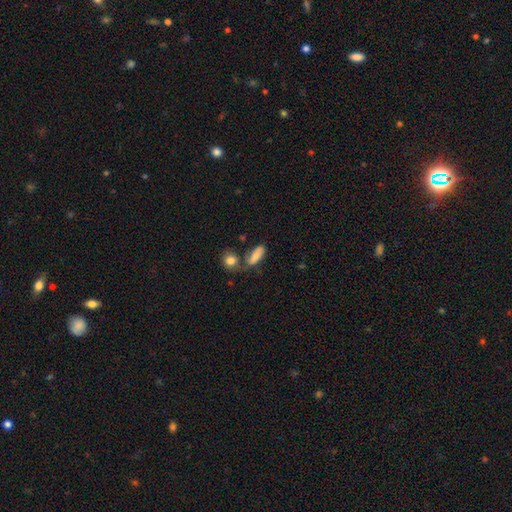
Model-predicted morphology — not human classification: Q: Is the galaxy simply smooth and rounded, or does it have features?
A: smooth — 79%.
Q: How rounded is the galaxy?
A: in between — 74%.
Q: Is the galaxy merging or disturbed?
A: none — 50%.